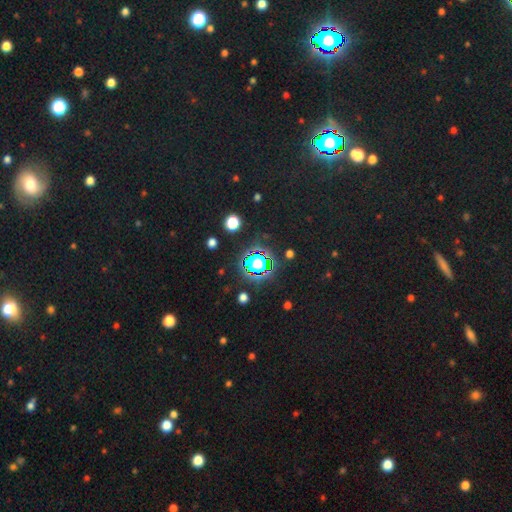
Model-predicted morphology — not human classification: smooth_or_featured: star or artifact (p=0.82) [alt: smooth p=0.11]